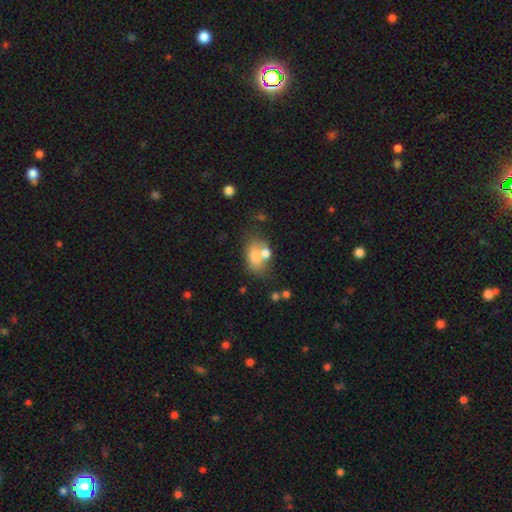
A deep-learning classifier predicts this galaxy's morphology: A smooth galaxy with no disk features (68%) that is in between round and cigar-shaped (81%). Merging: merger (39%).